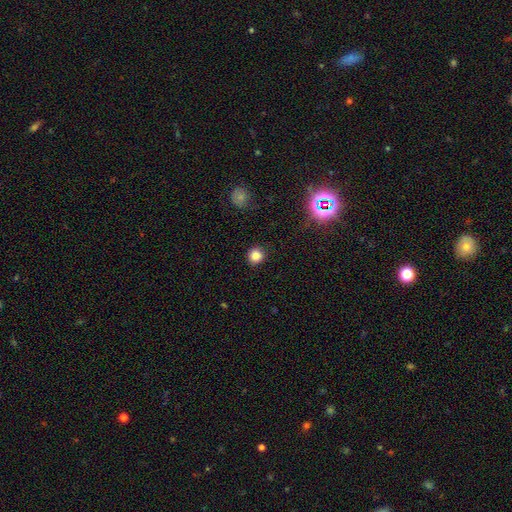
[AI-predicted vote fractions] Q: Smooth or featured?
A: smooth (83%); runner-up: star or artifact (13%)
Q: How rounded?
A: round (89%); runner-up: in between (10%)
Q: Merging?
A: none (87%); runner-up: minor disturbance (8%)